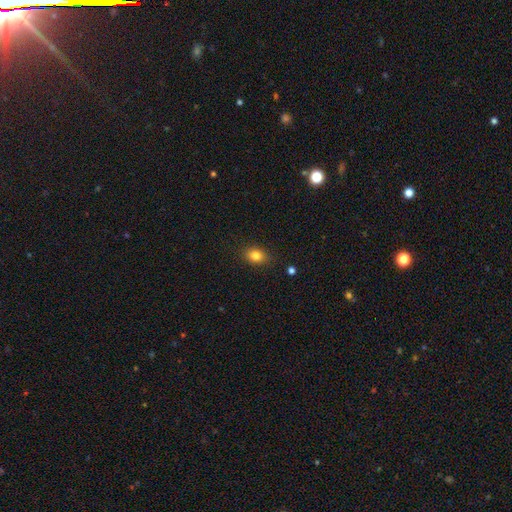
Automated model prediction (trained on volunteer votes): A smooth galaxy with no disk features (83%) that is in between round and cigar-shaped (60%). Merging: none (87%).